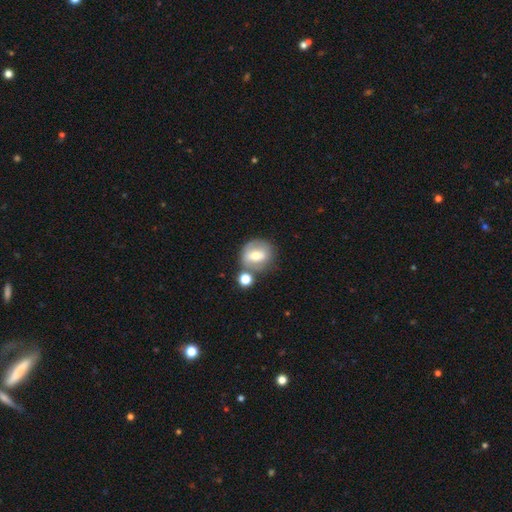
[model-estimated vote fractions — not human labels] Smooth or featured: smooth — 52% (featured or disk — 39%)
How rounded: round — 72% (in between — 27%)
Merging: none — 58% (merger — 21%)